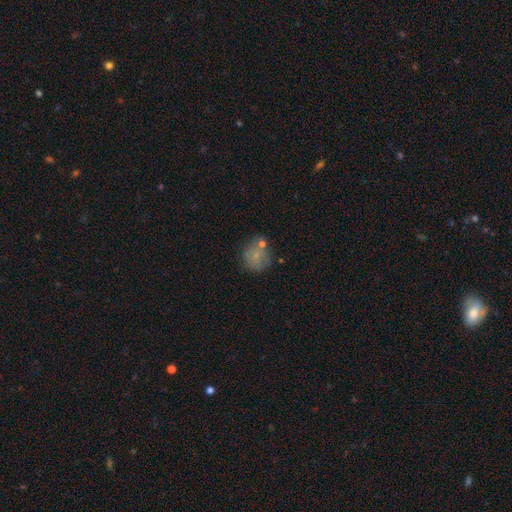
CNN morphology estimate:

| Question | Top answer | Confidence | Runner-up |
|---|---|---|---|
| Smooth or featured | smooth | 66% | featured or disk (22%) |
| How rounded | round | 82% | in between (17%) |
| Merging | none | 56% | minor disturbance (20%) |